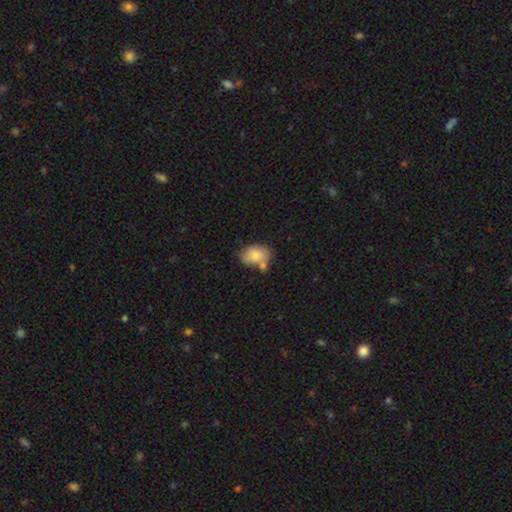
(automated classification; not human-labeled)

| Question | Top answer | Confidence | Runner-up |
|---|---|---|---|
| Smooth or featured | smooth | 79% | featured or disk (14%) |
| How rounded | in between | 78% | round (21%) |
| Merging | none | 50% | merger (25%) |